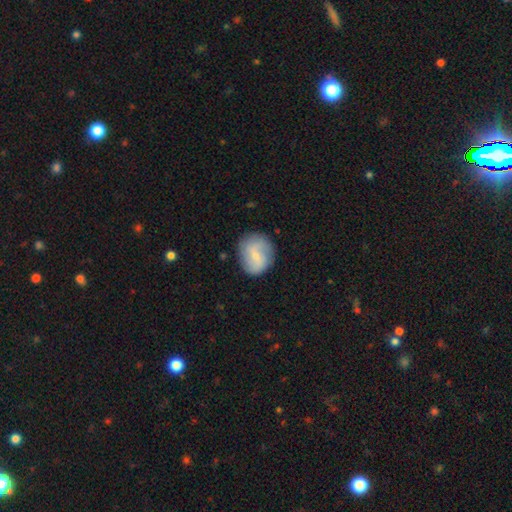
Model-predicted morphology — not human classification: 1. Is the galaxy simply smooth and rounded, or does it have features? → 49% smooth, 44% featured or disk, 7% star or artifact.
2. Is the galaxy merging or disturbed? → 78% none, 15% minor disturbance, 5% major disturbance, 2% merger.